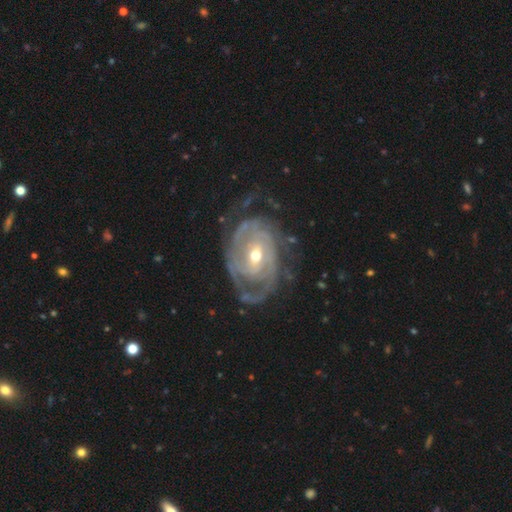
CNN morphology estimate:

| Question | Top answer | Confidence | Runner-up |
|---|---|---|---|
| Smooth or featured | featured or disk | 87% | smooth (8%) |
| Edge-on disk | no | 96% | yes (4%) |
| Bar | no | 42% | weak (40%) |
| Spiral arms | yes | 93% | no (7%) |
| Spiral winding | tight | 65% | medium (26%) |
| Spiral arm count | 2 | 33% | can't tell (30%) |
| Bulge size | moderate | 58% | small (38%) |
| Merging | none | 59% | minor disturbance (22%) |